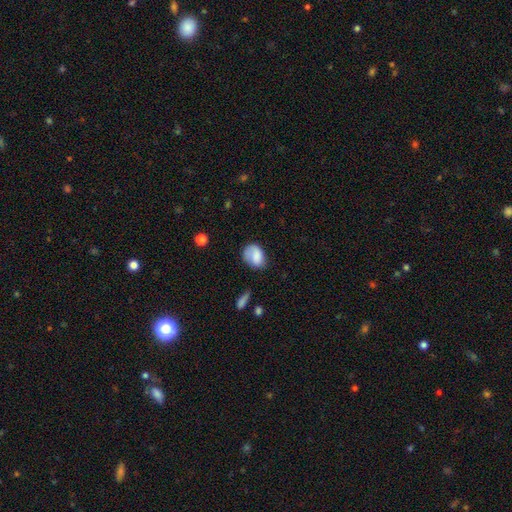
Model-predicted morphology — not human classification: Q: Smooth or featured?
A: smooth (77%); runner-up: featured or disk (15%)
Q: How rounded?
A: in between (71%); runner-up: round (28%)
Q: Merging?
A: none (51%); runner-up: minor disturbance (30%)